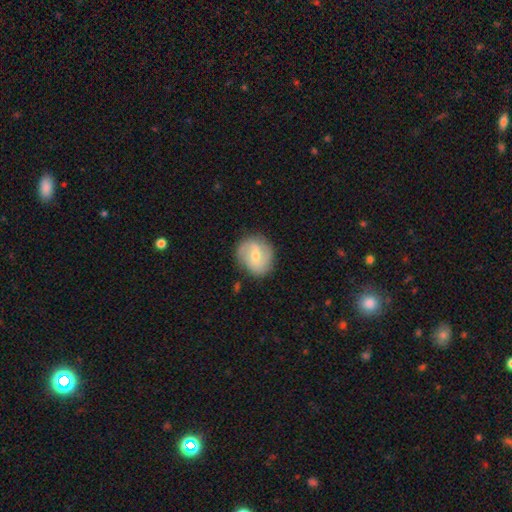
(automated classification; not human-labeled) Smooth or featured: featured or disk — 58% (smooth — 36%)
Edge-on disk: no — 97% (yes — 3%)
Bar: weak — 52% (no — 33%)
Spiral arms: yes — 83% (no — 17%)
Bulge size: moderate — 51% (small — 44%)
Merging: none — 79% (minor disturbance — 15%)